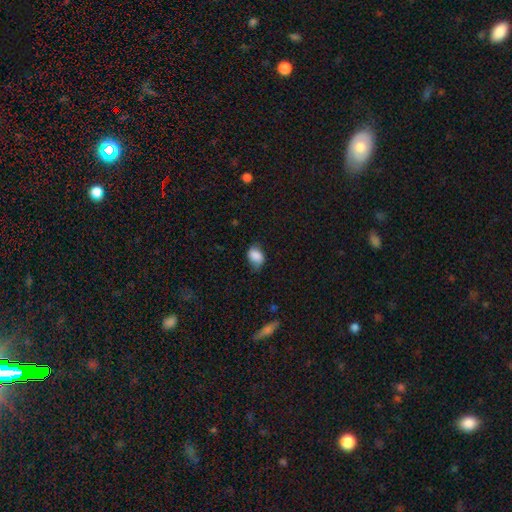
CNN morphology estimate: smooth-or-featured: smooth: 79% | featured or disk: 13% | star or artifact: 9%
  how-rounded: in between: 75% | round: 23% | cigar-shaped: 1%
  merging: none: 57% | minor disturbance: 32% | major disturbance: 9% | merger: 2%